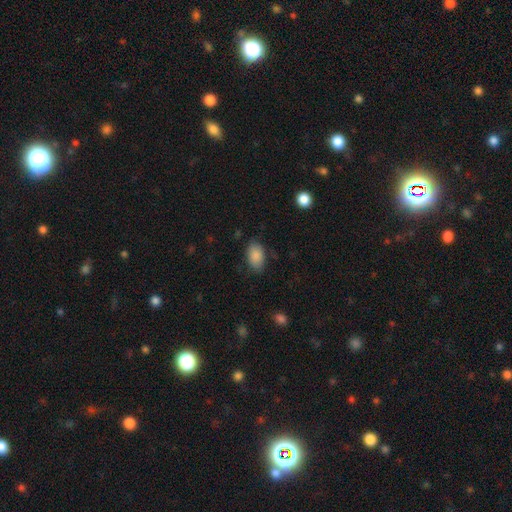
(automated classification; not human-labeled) A smooth galaxy with no disk features (88%) that is in between round and cigar-shaped (91%).

Vote fractions:
- Smooth or featured? smooth: 88% / star or artifact: 7% / featured or disk: 5%
- How rounded? in between: 91% / round: 7% / cigar-shaped: 2%
- Merging? none: 81% / minor disturbance: 14% / major disturbance: 4% / merger: 1%